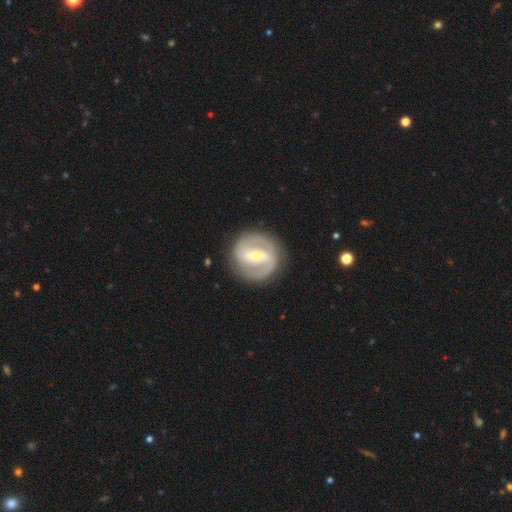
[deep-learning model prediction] This is clearly a featured or disk galaxy (84%). It is clearly not viewed edge-on (97%). Bar: possibly strong (57%). Spiral arm pattern: clearly yes (88%). Spiral arm count: clearly 2 (89%). Spiral winding: possibly medium (48%). Central bulge: possibly small (57%). Merging: clearly none (86%).